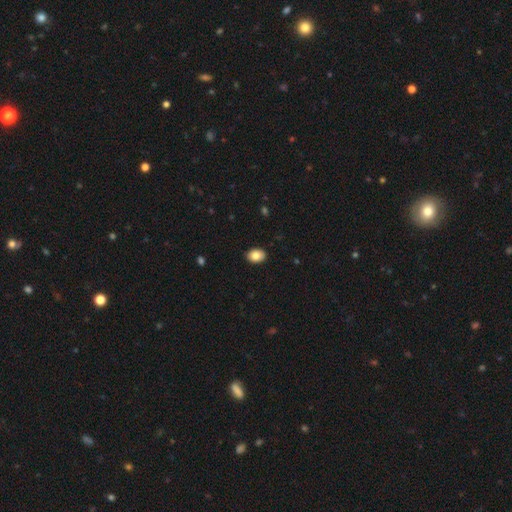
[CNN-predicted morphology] type=smooth (84%); roundness=in between (74%); merging=none (90%).